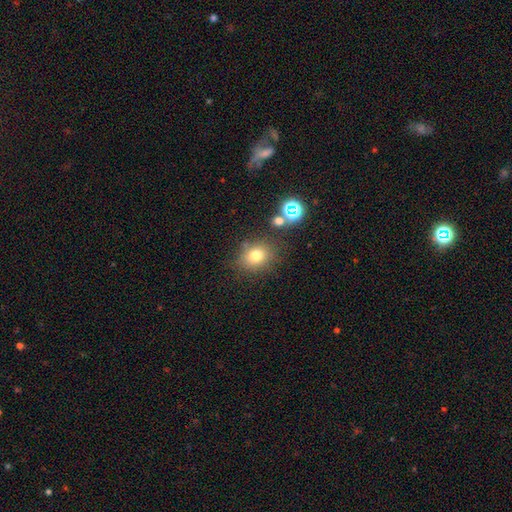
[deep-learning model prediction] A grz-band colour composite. It shows a smooth galaxy with no disk features (73%) that is round (68%). Merging: none (75%).